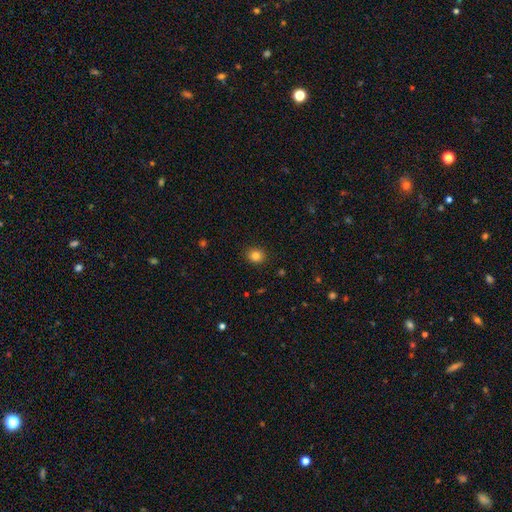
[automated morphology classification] Smooth or featured? Predicted: smooth (p=0.83). How rounded? Predicted: round (p=0.78). Merging? Predicted: none (p=0.91).